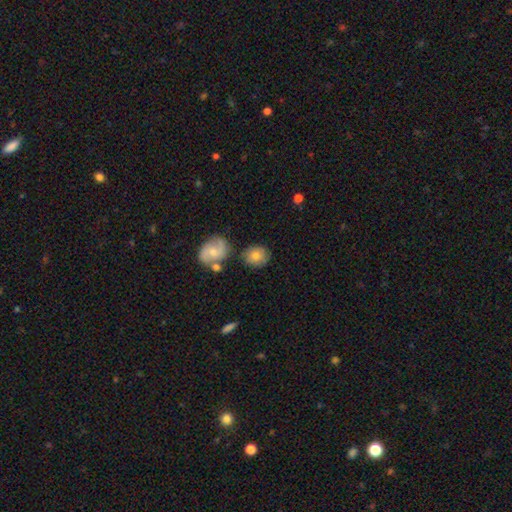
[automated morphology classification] The model was most divided on "how rounded": round: 73%, in between: 26%, cigar-shaped: 1%. More confident: smooth or featured — smooth (73%); merging — none (71%).